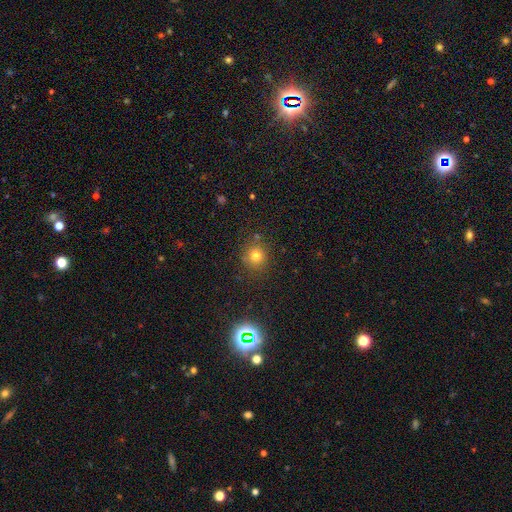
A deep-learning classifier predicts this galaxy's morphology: Overall: smooth (75%). How rounded: round (88%). Merging: none (81%).